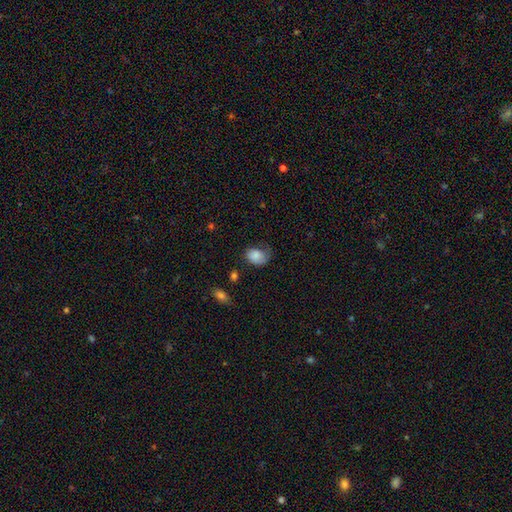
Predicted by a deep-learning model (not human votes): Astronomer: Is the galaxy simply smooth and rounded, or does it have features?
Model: smooth — 78%.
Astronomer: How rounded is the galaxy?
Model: in between — 69%.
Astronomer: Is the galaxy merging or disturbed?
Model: none — 41% (runner-up: minor disturbance, 34%).